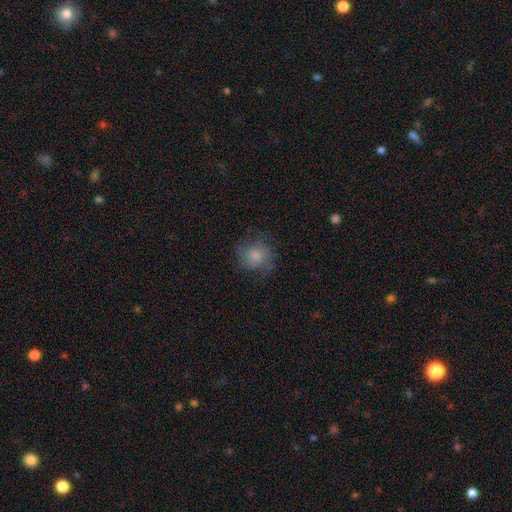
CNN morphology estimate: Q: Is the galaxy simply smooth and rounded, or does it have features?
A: smooth — 75%.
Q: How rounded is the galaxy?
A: round — 84%.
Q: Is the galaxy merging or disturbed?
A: none — 70%.